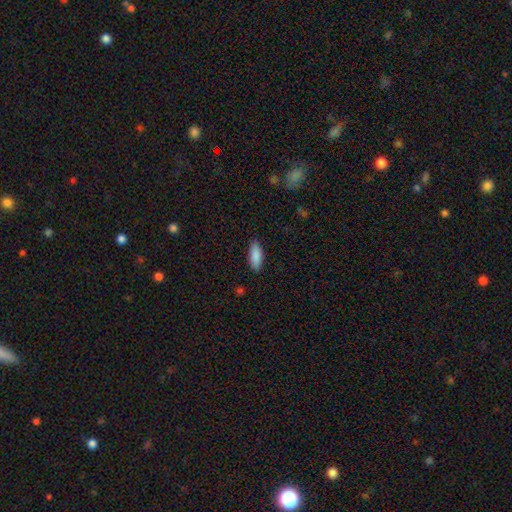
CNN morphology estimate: Smooth or featured? Predicted: smooth (p=0.89). How rounded? Predicted: in between (p=0.73). Merging? Predicted: none (p=0.88).